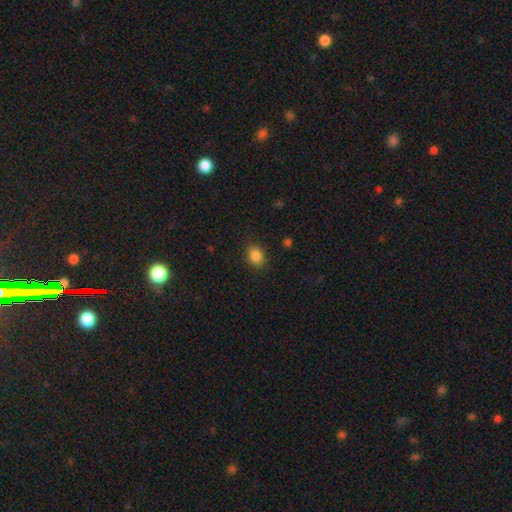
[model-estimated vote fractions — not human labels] The model was most divided on "how rounded": in between: 57%, round: 42%, cigar-shaped: 1%. More confident: merging — none (86%); smooth or featured — smooth (85%).